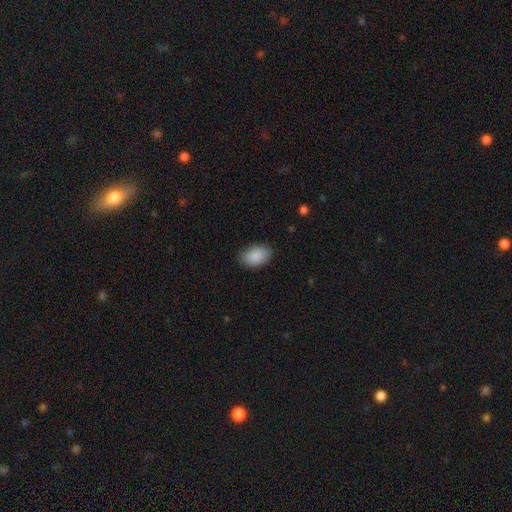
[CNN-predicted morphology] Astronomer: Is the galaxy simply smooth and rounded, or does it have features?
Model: smooth — 89%.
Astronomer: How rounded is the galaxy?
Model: in between — 88%.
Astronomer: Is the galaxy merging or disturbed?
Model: none — 81%.